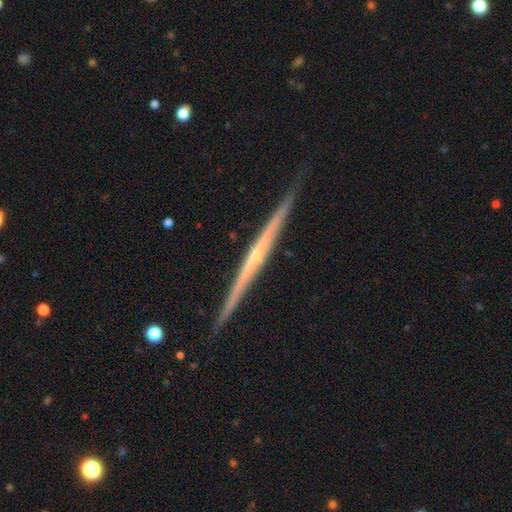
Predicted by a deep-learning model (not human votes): Morphology: type=featured or disk (80%); edge-on=yes (98%); edge-on bulge=none (64%); merging=none (90%).